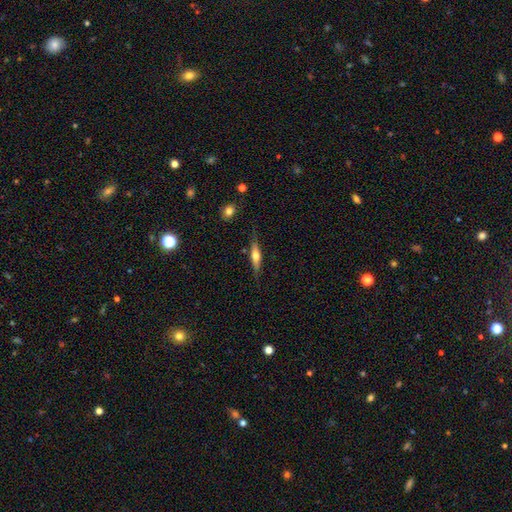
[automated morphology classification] A featured or disk galaxy (48%). Merging: none (79%).